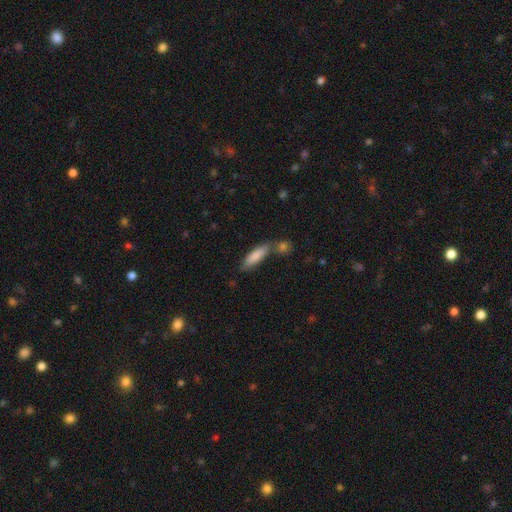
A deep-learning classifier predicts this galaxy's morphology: A smooth galaxy with no disk features (83%) that is cigar-shaped (60%). Merging: none (63%).